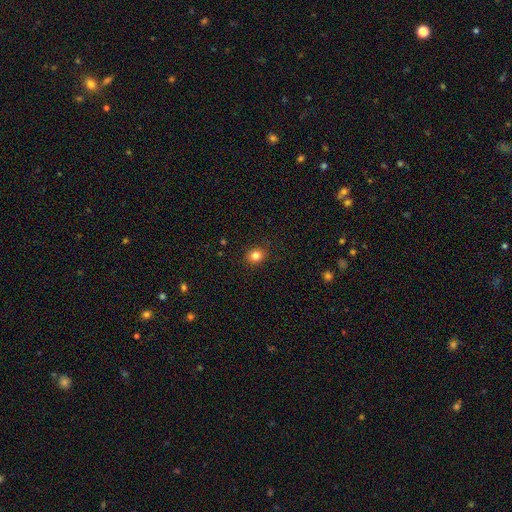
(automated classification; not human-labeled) Smooth or featured? Predicted: smooth (p=0.83). How rounded? Predicted: round (p=0.77). Merging? Predicted: none (p=0.89).